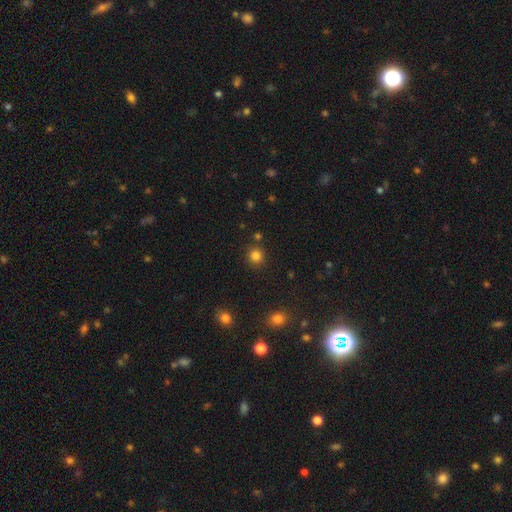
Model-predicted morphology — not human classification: The model was most divided on "smooth or featured": smooth: 83%, star or artifact: 13%, featured or disk: 4%. More confident: how rounded — round (91%); merging — none (87%).